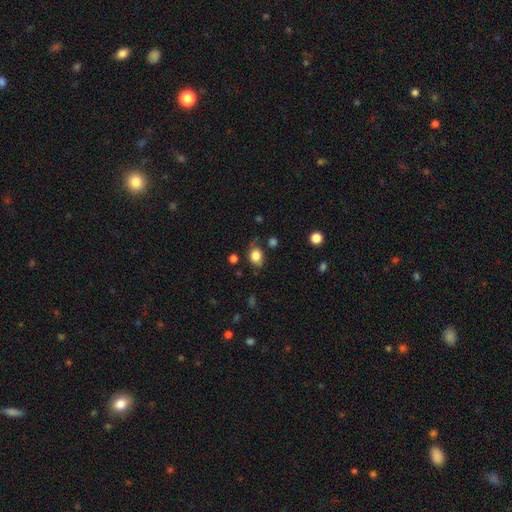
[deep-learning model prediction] Smooth or featured? Predicted: smooth (p=0.83). How rounded? Predicted: in between (p=0.57). Merging? Predicted: none (p=0.66).